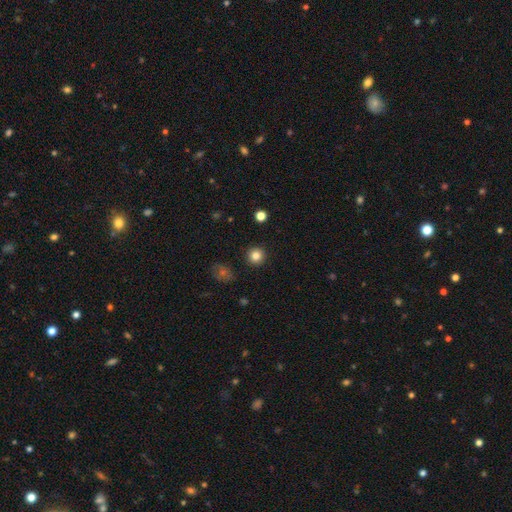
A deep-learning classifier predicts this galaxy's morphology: Q: Smooth or featured?
A: smooth (83%); runner-up: star or artifact (11%)
Q: How rounded?
A: round (95%); runner-up: in between (4%)
Q: Merging?
A: none (92%); runner-up: minor disturbance (5%)